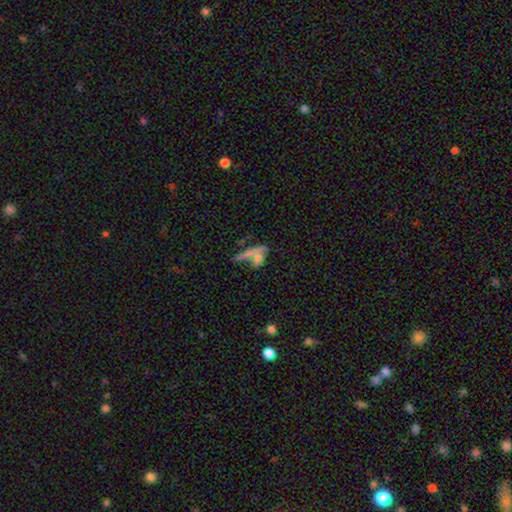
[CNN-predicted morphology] Smooth or featured?
  - smooth: 61% *
  - featured or disk: 27%
  - star or artifact: 12%
How rounded?
  - cigar-shaped: 46% *
  - in between: 44%
  - round: 10%
Merging?
  - merger: 46% *
  - none: 34%
  - minor disturbance: 11%
  - major disturbance: 9%